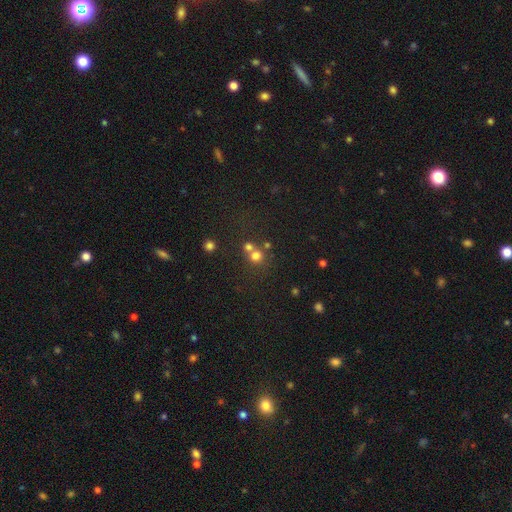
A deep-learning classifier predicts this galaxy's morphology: Smooth or featured: smooth — 71% (star or artifact — 19%)
How rounded: round — 86% (in between — 13%)
Merging: none — 46% (merger — 44%)